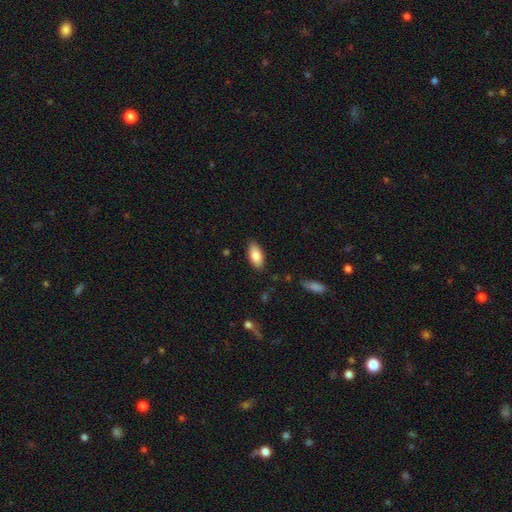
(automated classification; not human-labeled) A smooth galaxy with no disk features (84%) that is in between round and cigar-shaped (90%).

Vote fractions:
- Smooth or featured? smooth: 84% / featured or disk: 10% / star or artifact: 7%
- How rounded? in between: 90% / cigar-shaped: 7% / round: 2%
- Merging? none: 85% / minor disturbance: 11% / major disturbance: 2% / merger: 1%